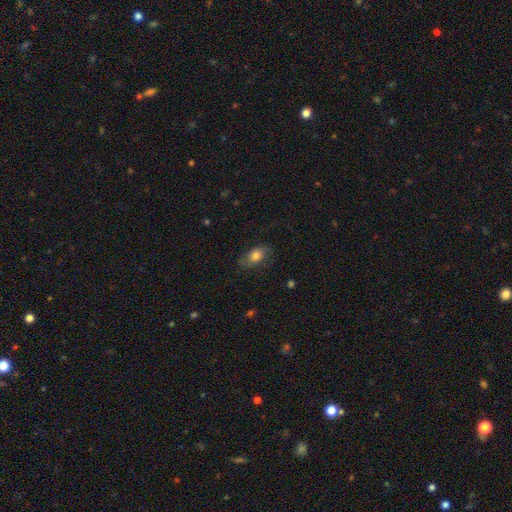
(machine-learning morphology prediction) Q: Smooth or featured?
A: smooth (79%); runner-up: featured or disk (13%)
Q: How rounded?
A: in between (85%); runner-up: round (10%)
Q: Merging?
A: none (74%); runner-up: minor disturbance (19%)